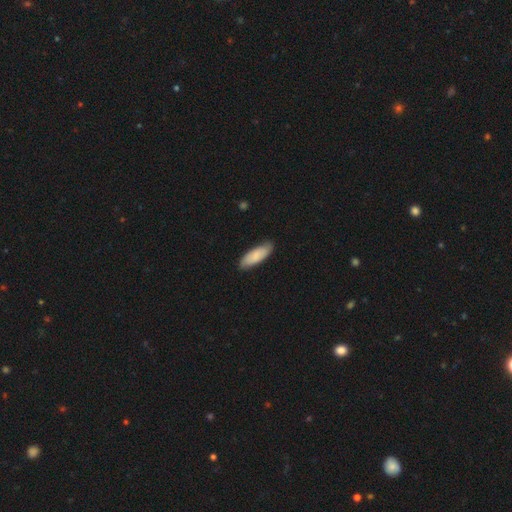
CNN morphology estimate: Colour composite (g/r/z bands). It shows a smooth galaxy with no disk features (81%) that is in between round and cigar-shaped (68%). Merging: none (81%).